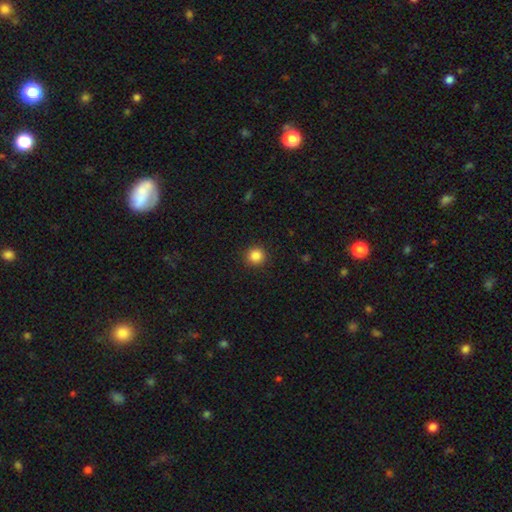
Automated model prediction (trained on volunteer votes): Smooth or featured: smooth — 86% (star or artifact — 11%)
How rounded: round — 94% (in between — 5%)
Merging: none — 92% (minor disturbance — 5%)